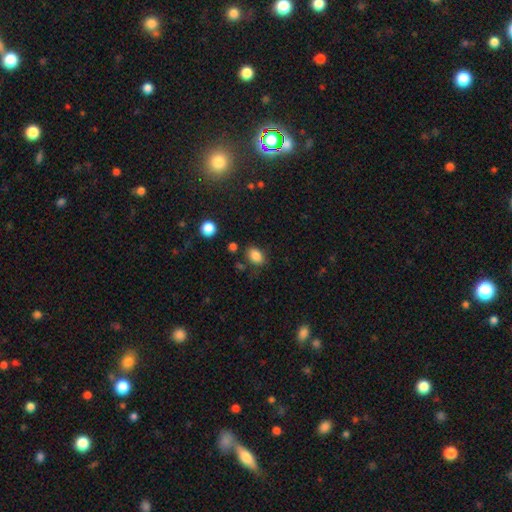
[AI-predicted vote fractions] smooth_or_featured: smooth (p=0.85) [alt: star or artifact p=0.10]
how_rounded: in between (p=0.74) [alt: round p=0.25]
merging: none (p=0.76) [alt: minor disturbance p=0.15]